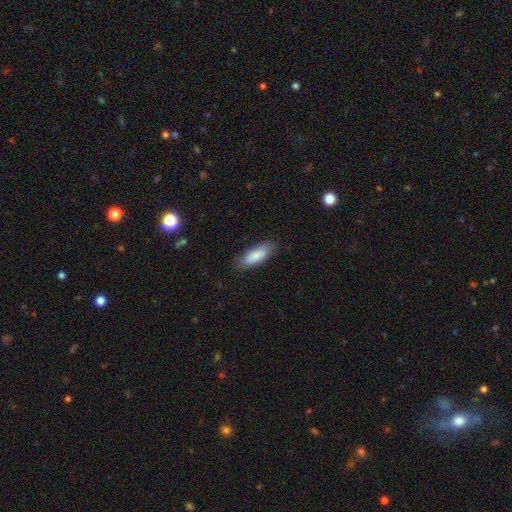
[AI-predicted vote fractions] This is clearly a smooth galaxy (86%). How rounded: likely in between (66%). Merging: clearly none (82%).